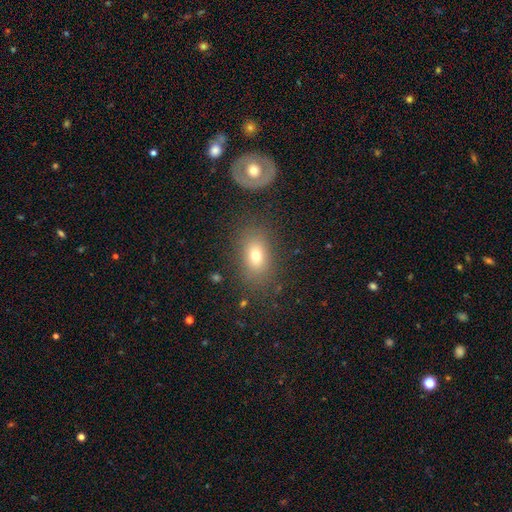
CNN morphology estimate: Smooth or featured: smooth — 69% (featured or disk — 18%)
How rounded: in between — 79% (round — 19%)
Merging: none — 77% (minor disturbance — 13%)